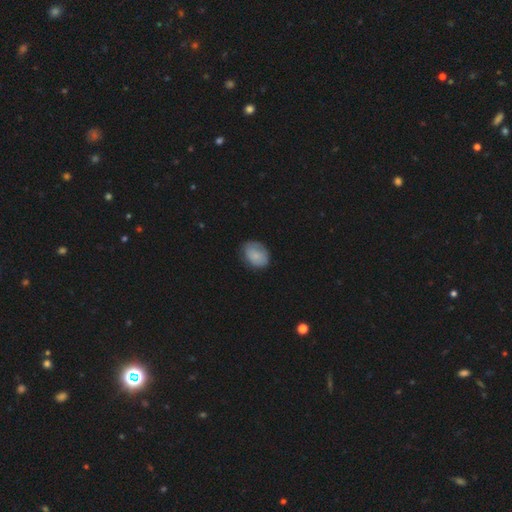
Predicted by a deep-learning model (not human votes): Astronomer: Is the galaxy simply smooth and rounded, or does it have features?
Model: smooth — 82%.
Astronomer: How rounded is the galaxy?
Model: in between — 67%.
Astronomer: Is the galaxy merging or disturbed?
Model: none — 69%.